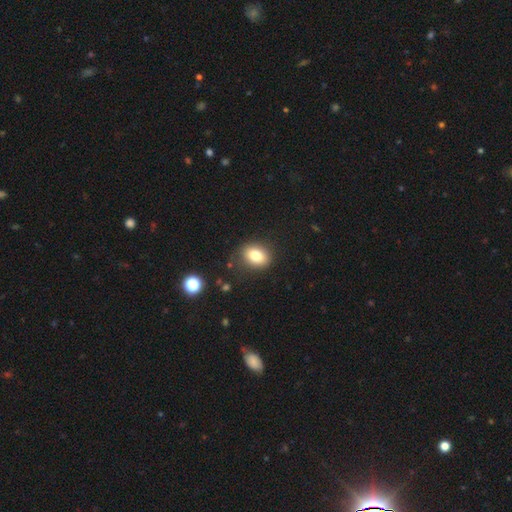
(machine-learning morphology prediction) Q: Smooth or featured?
A: smooth (80%); runner-up: star or artifact (11%)
Q: How rounded?
A: in between (68%); runner-up: round (31%)
Q: Merging?
A: none (84%); runner-up: minor disturbance (11%)